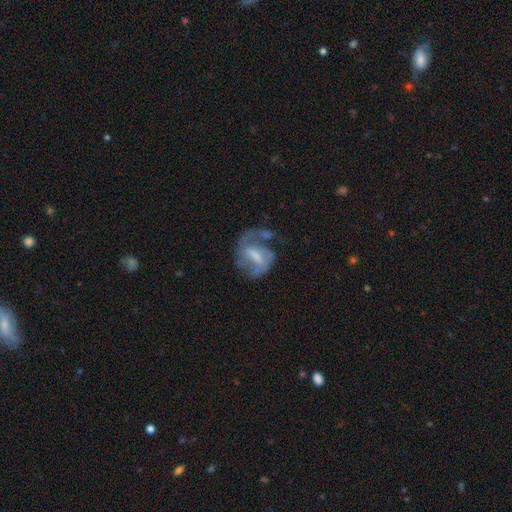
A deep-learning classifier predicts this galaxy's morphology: A featured or disk galaxy (68%) with a weak bar (43%), spiral arms (74%) and no central bulge (32%).

Vote fractions:
- Smooth or featured? featured or disk: 68% / smooth: 23% / star or artifact: 8%
- Edge-on disk? no: 96% / yes: 4%
- Bar? weak: 43% / strong: 38% / no: 19%
- Spiral arms? yes: 74% / no: 26%
- Bulge size? none: 32% / moderate: 31% / small: 24% / large: 12% / dominant: 2%
- Merging? none: 38% / major disturbance: 33% / minor disturbance: 21% / merger: 8%